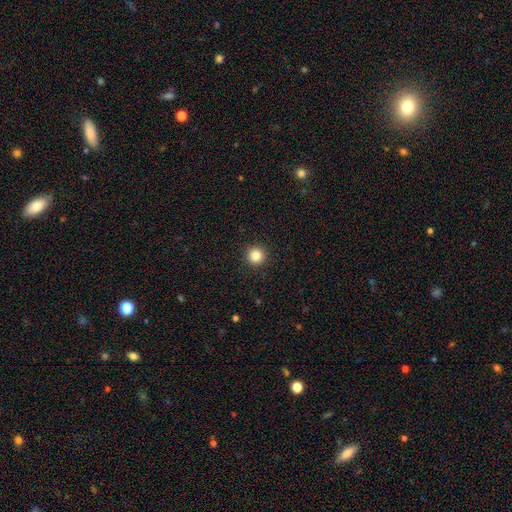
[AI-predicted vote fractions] A smooth galaxy with no disk features (84%) that is round (96%). Merging: none (93%).